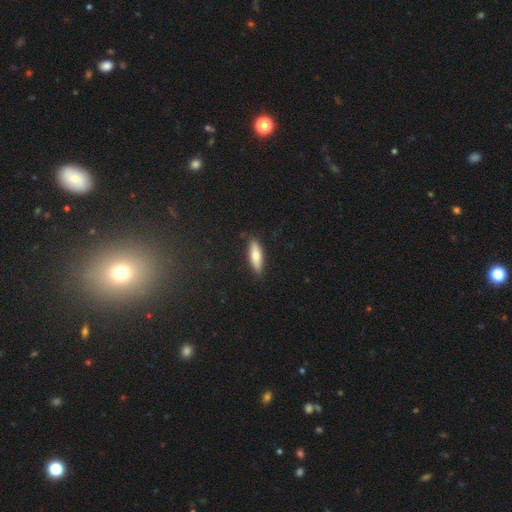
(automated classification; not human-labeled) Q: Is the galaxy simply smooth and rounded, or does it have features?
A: smooth — 72%.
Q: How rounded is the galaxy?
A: in between — 51%.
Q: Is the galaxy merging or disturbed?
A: none — 85%.